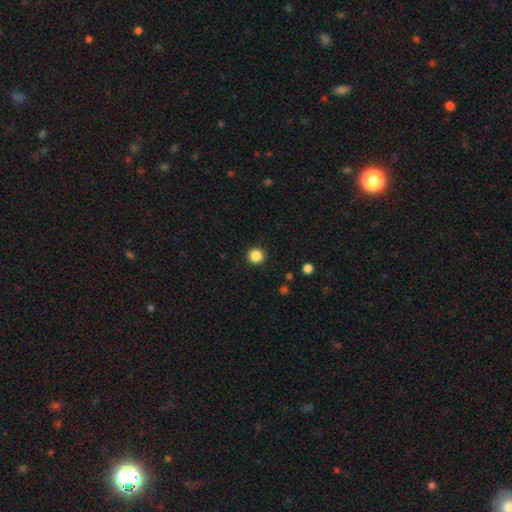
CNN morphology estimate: The model was most divided on "smooth or featured": smooth: 86%, star or artifact: 11%, featured or disk: 3%. More confident: how rounded — round (94%); merging — none (92%).